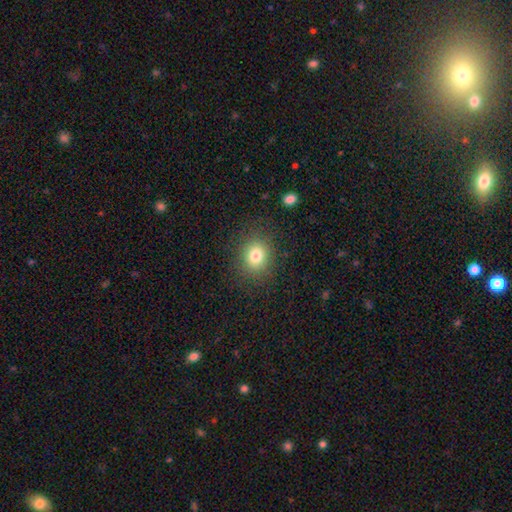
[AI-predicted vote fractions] smooth_or_featured: smooth (p=0.79) [alt: star or artifact p=0.13]
how_rounded: round (p=0.74) [alt: in between p=0.26]
merging: none (p=0.86) [alt: minor disturbance p=0.09]